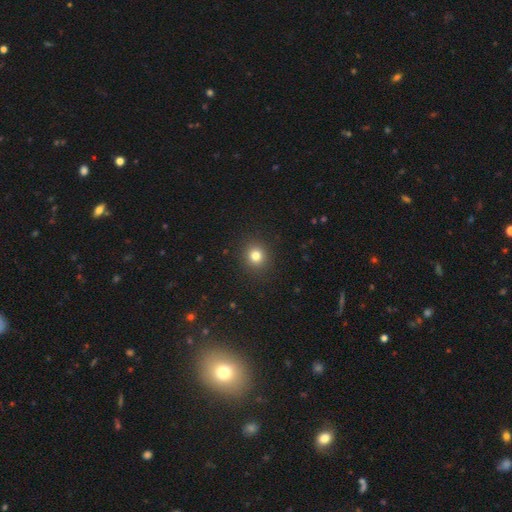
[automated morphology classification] smooth-or-featured: smooth: 79% | star or artifact: 14% | featured or disk: 7%
  how-rounded: round: 88% | in between: 11% | cigar-shaped: 1%
  merging: none: 91% | minor disturbance: 6% | major disturbance: 2% | merger: 1%